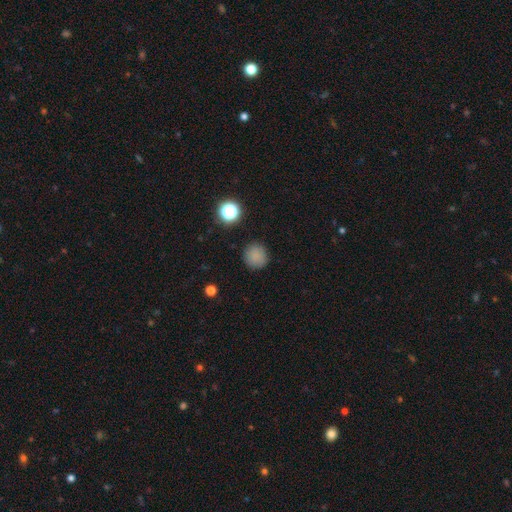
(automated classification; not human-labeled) Smooth or featured: smooth — 82% (star or artifact — 14%)
How rounded: round — 93% (in between — 6%)
Merging: none — 87% (minor disturbance — 8%)